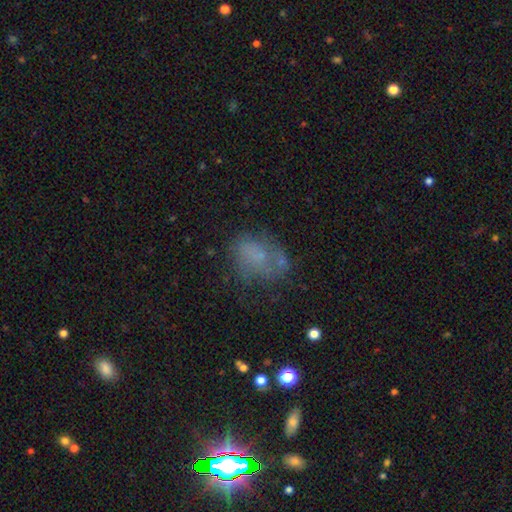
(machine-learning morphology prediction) This appears to be a smooth galaxy with no disk features (57%) that is in between round and cigar-shaped (72%). Merging: none (46%).